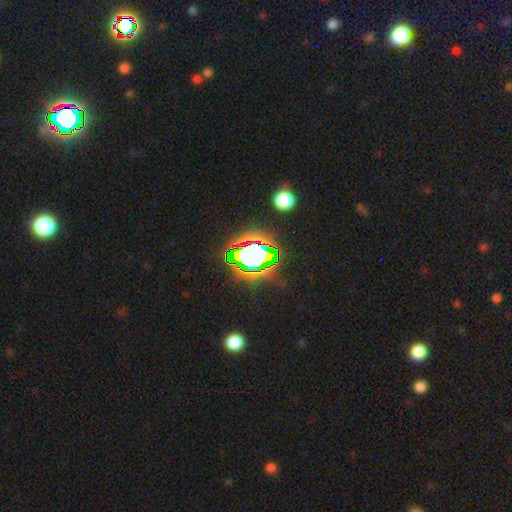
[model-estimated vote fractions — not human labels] Morphology: type=star or artifact (80%).